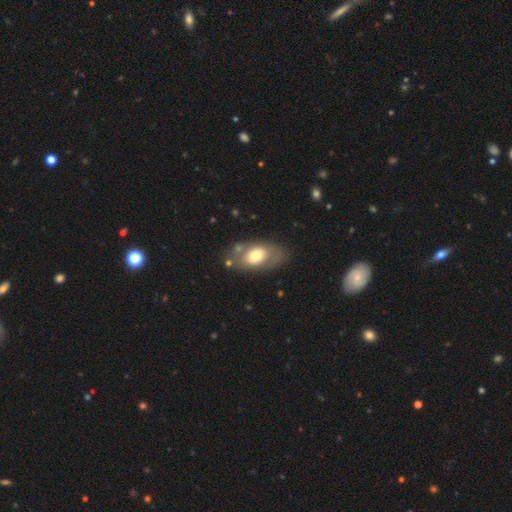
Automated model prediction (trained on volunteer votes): smooth 61%, featured or disk 32%, star or artifact 7%. Down the decision tree: how rounded — in between (86%); merging — none (69%).